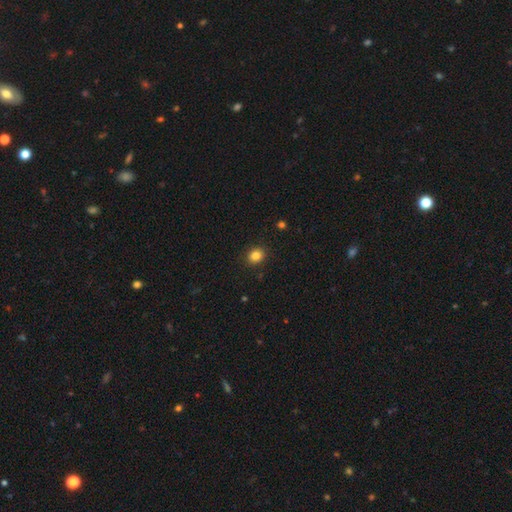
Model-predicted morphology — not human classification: smooth-or-featured: smooth: 84% | star or artifact: 11% | featured or disk: 5%
  how-rounded: round: 63% | in between: 36% | cigar-shaped: 1%
  merging: none: 90% | minor disturbance: 7% | major disturbance: 2% | merger: 1%